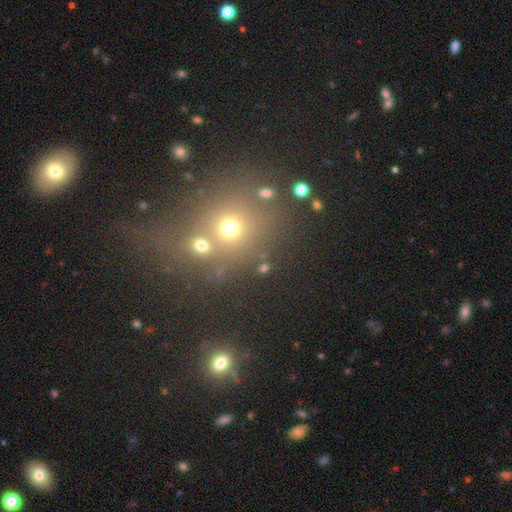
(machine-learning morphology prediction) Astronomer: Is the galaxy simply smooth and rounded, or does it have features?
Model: smooth — 45% (runner-up: star or artifact, 42%).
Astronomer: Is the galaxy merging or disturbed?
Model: none — 56%.